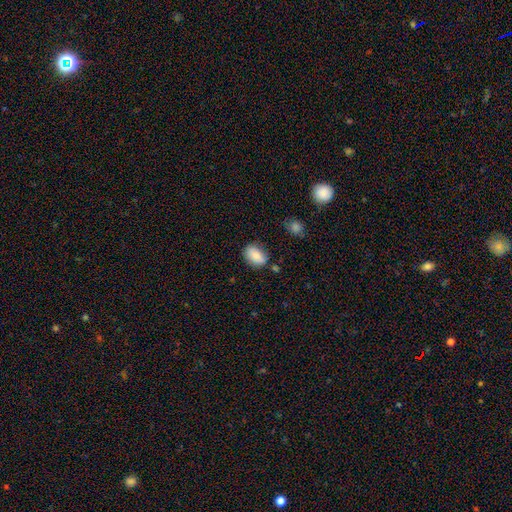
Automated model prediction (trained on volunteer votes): Smooth or featured: smooth — 81% (featured or disk — 11%)
How rounded: in between — 85% (round — 14%)
Merging: none — 76% (minor disturbance — 17%)